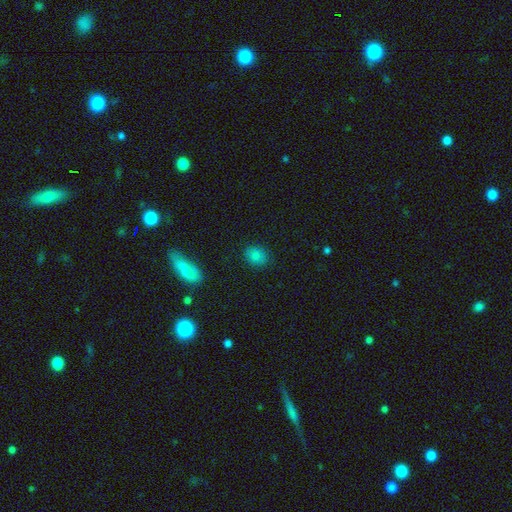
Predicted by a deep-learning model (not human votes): This is likely a smooth galaxy (79%). How rounded: likely round (62%). Merging: clearly none (87%).